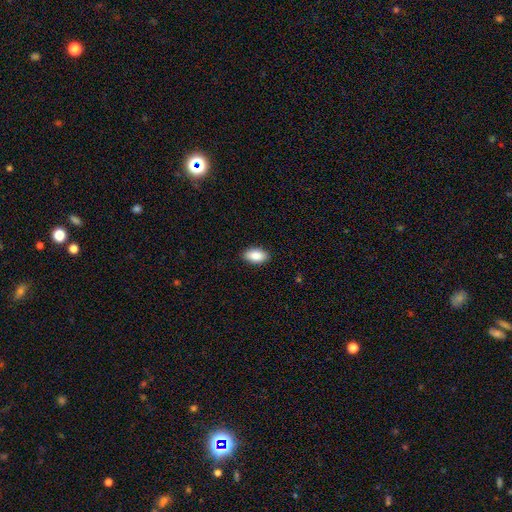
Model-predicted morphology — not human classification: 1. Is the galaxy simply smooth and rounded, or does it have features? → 87% smooth, 7% star or artifact, 7% featured or disk.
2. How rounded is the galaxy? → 93% in between, 4% round, 2% cigar-shaped.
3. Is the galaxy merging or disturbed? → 90% none, 7% minor disturbance, 2% major disturbance, 1% merger.